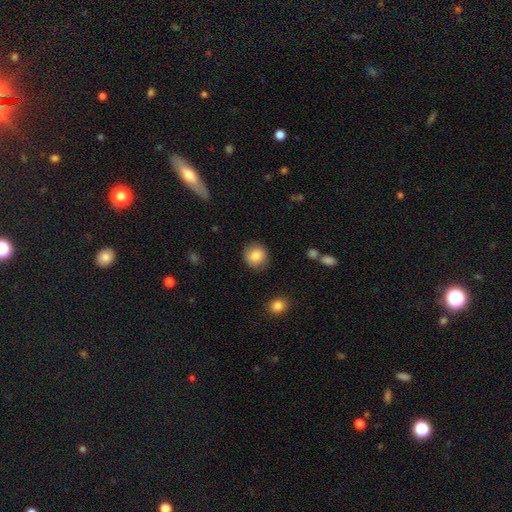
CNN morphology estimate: smooth-or-featured: smooth: 84% | star or artifact: 8% | featured or disk: 8%
  how-rounded: round: 86% | in between: 14% | cigar-shaped: 1%
  merging: none: 87% | minor disturbance: 9% | major disturbance: 3% | merger: 1%